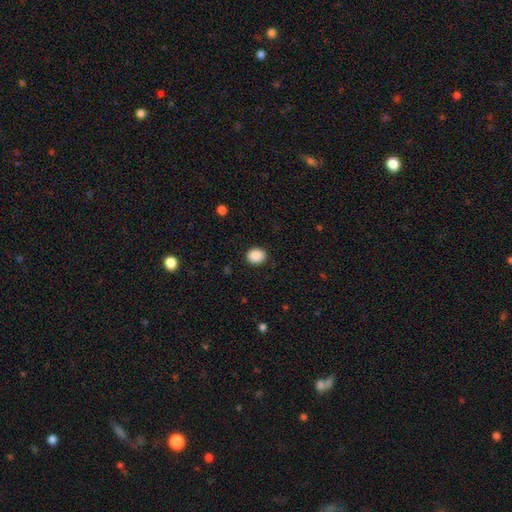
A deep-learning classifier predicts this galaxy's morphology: Q: Smooth or featured?
A: smooth (89%); runner-up: star or artifact (8%)
Q: How rounded?
A: round (62%); runner-up: in between (38%)
Q: Merging?
A: none (90%); runner-up: minor disturbance (7%)